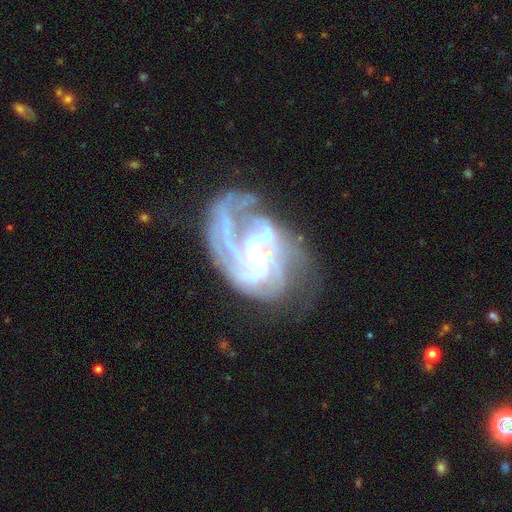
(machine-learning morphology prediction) A featured or disk galaxy (87%) with no bar (55%), 3 (29%) tight (46%) spiral arms (96%) and a small central bulge (69%). Merging: none (43%).